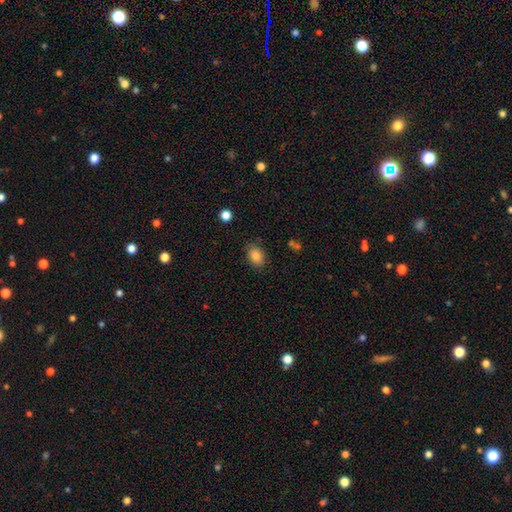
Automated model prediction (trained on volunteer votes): Q: Smooth or featured?
A: smooth (84%); runner-up: star or artifact (9%)
Q: How rounded?
A: in between (75%); runner-up: round (24%)
Q: Merging?
A: none (83%); runner-up: minor disturbance (13%)